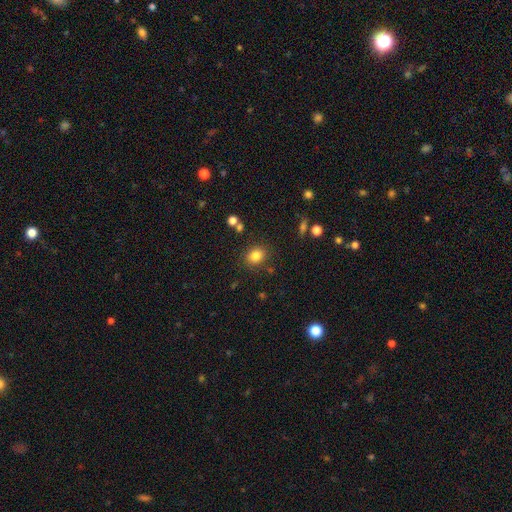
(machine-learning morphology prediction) Overall: smooth (82%). How rounded: round (57%; in between 42%). Merging: none (83%).